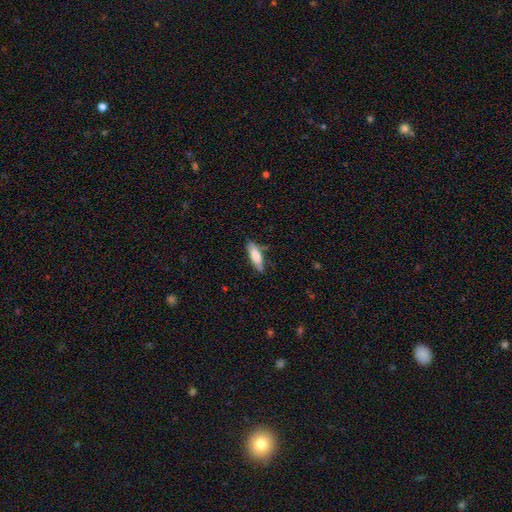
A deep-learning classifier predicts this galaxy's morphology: Smooth or featured: smooth — 77% (featured or disk — 17%)
How rounded: in between — 51% (cigar-shaped — 47%)
Merging: none — 73% (minor disturbance — 20%)